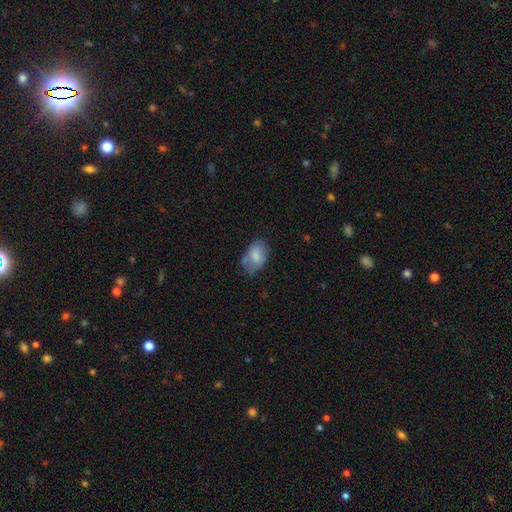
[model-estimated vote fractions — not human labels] smooth-or-featured: smooth: 77% | featured or disk: 15% | star or artifact: 7%
  how-rounded: in between: 87% | round: 12% | cigar-shaped: 1%
  merging: none: 57% | minor disturbance: 28% | major disturbance: 9% | merger: 6%